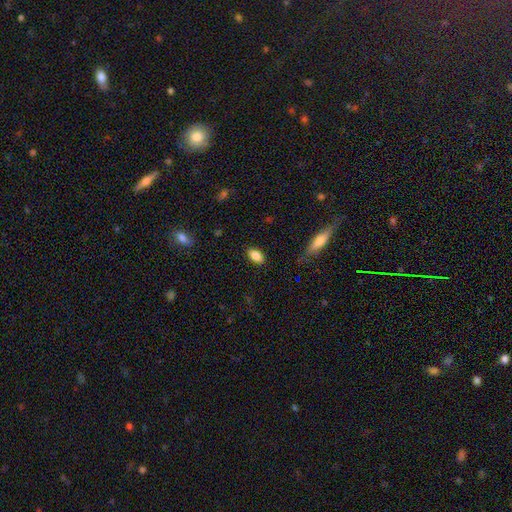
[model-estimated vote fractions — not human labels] Morphology: type=smooth (85%); roundness=in between (90%); merging=none (86%).